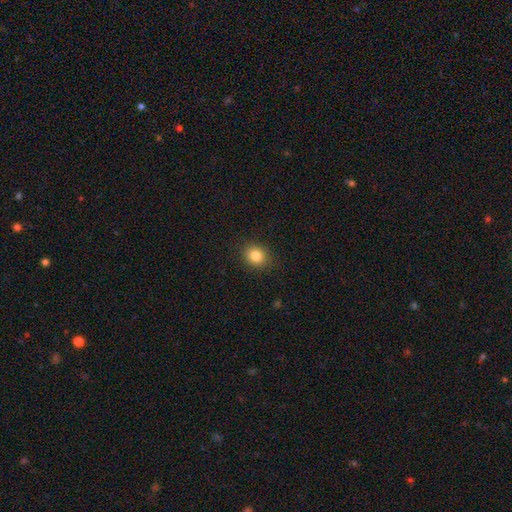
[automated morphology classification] Overall: smooth (84%). How rounded: round (70%; in between 30%). Merging: none (88%).